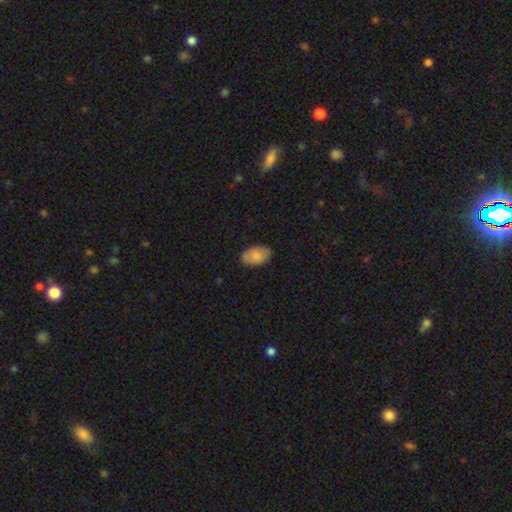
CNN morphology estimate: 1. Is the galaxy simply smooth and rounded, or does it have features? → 83% smooth, 11% featured or disk, 7% star or artifact.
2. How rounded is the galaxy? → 93% in between, 6% round, 1% cigar-shaped.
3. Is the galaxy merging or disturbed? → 80% none, 16% minor disturbance, 3% major disturbance, 1% merger.